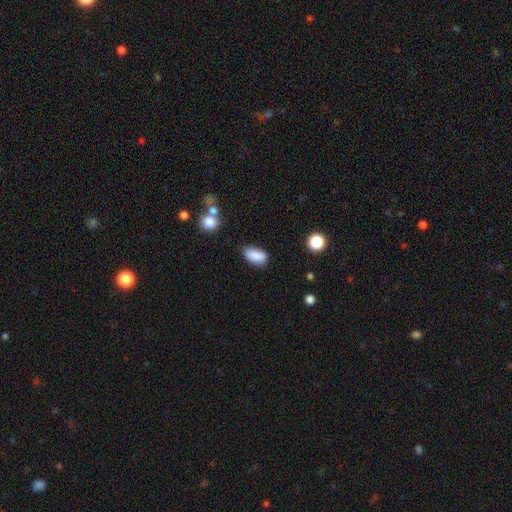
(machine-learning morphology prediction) smooth-or-featured: smooth: 88% | star or artifact: 8% | featured or disk: 4%
  how-rounded: in between: 91% | round: 5% | cigar-shaped: 4%
  merging: none: 75% | minor disturbance: 18% | major disturbance: 4% | merger: 3%